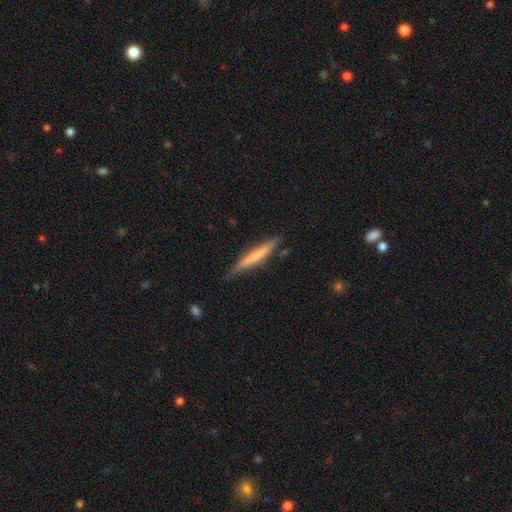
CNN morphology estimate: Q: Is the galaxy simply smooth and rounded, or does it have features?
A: smooth — 54%.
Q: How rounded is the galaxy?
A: cigar-shaped — 94%.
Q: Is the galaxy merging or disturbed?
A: none — 80%.